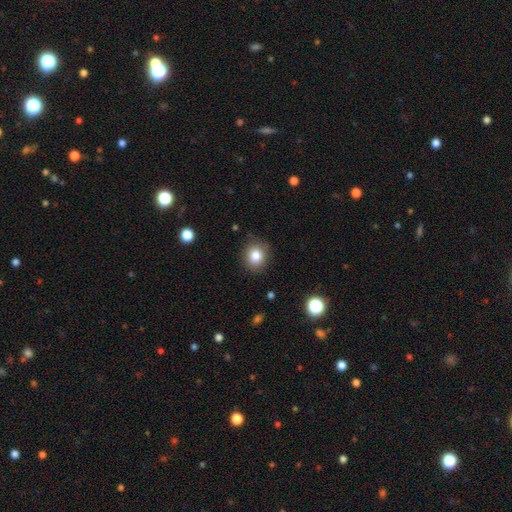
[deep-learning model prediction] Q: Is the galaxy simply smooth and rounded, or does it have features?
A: smooth — 81%.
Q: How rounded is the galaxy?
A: round — 76%.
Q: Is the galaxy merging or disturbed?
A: none — 84%.